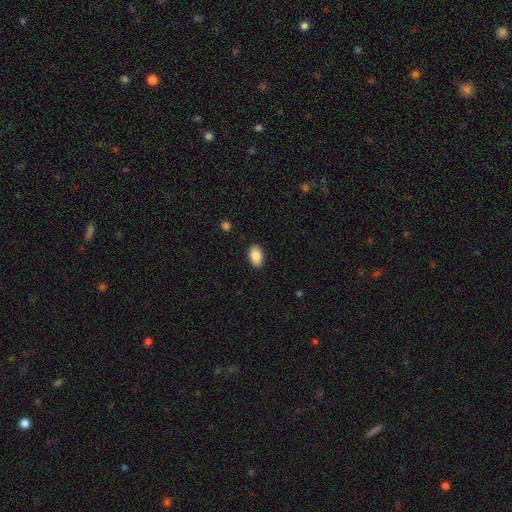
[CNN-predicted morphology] Smooth or featured?
  - smooth: 87% *
  - star or artifact: 7%
  - featured or disk: 6%
How rounded?
  - in between: 92% *
  - round: 6%
  - cigar-shaped: 2%
Merging?
  - none: 89% *
  - minor disturbance: 8%
  - major disturbance: 2%
  - merger: 1%